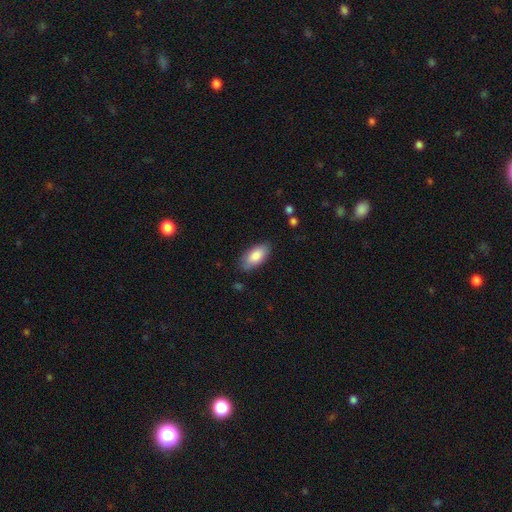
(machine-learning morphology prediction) This appears to be a smooth galaxy with no disk features (84%) that is in between round and cigar-shaped (92%). Merging: none (84%).